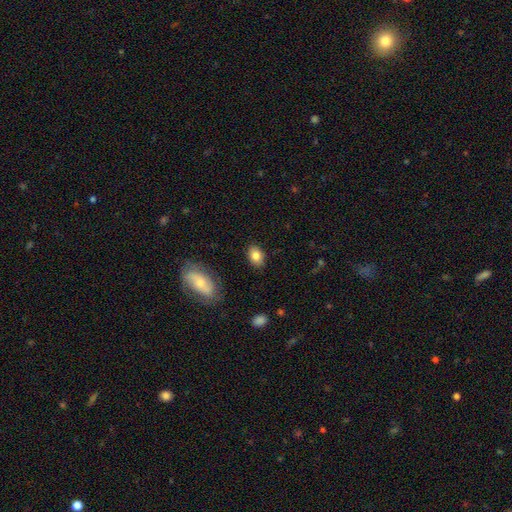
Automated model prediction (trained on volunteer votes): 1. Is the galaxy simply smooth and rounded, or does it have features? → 82% smooth, 10% featured or disk, 8% star or artifact.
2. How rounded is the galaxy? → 81% in between, 17% round, 1% cigar-shaped.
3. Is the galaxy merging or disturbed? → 87% none, 9% minor disturbance, 2% major disturbance, 2% merger.